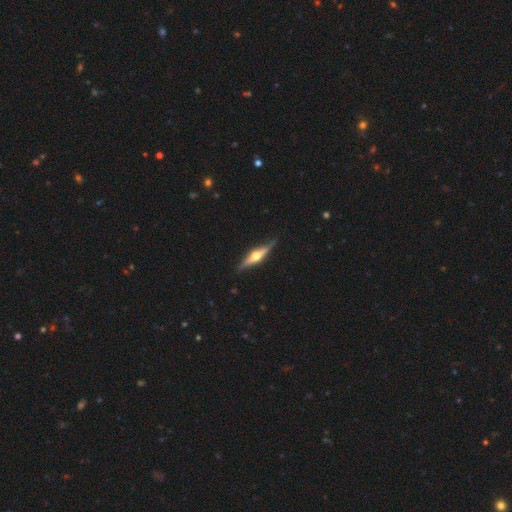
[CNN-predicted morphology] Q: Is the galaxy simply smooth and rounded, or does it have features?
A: featured or disk — 75%.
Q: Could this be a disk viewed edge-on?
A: yes — 96%.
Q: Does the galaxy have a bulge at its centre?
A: rounded — 94%.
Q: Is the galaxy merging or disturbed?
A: none — 87%.